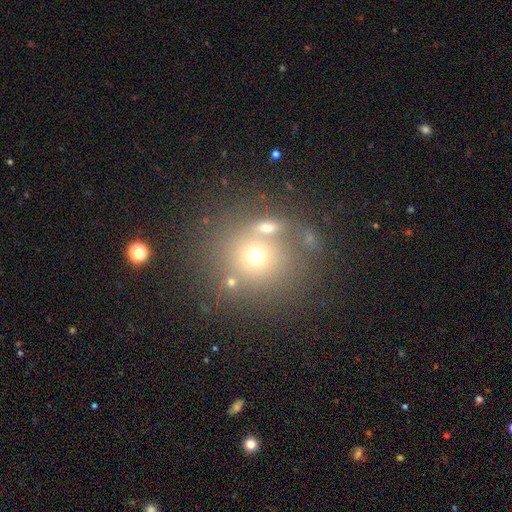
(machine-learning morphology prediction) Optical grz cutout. It shows a smooth galaxy with no disk features (60%) that is round (89%). Merging: none (64%).